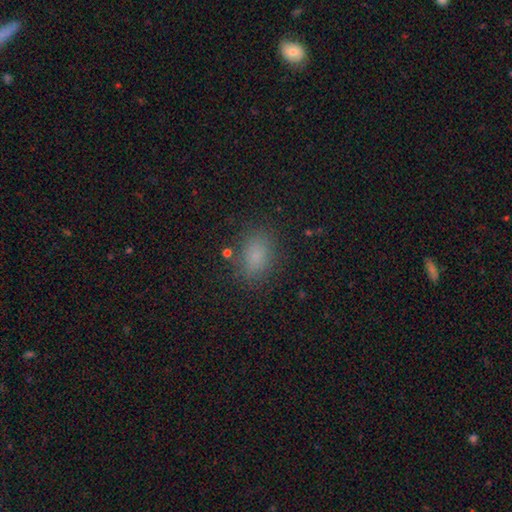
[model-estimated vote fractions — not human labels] Smooth or featured? Predicted: smooth (p=0.80). How rounded? Predicted: in between (p=0.77). Merging? Predicted: none (p=0.82).